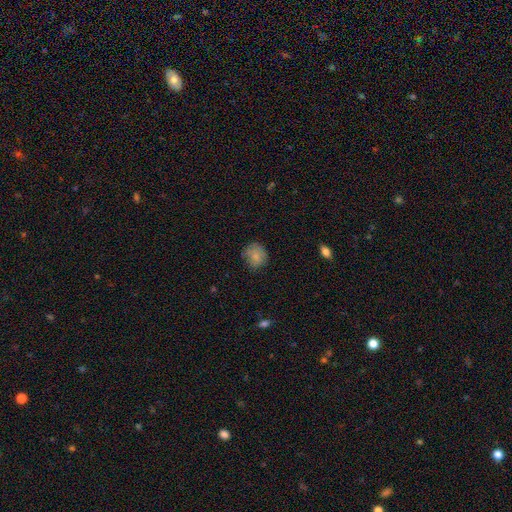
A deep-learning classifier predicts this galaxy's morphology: smooth-or-featured: smooth: 80% | featured or disk: 11% | star or artifact: 9%
  how-rounded: round: 80% | in between: 19% | cigar-shaped: 1%
  merging: none: 71% | minor disturbance: 22% | major disturbance: 6% | merger: 2%